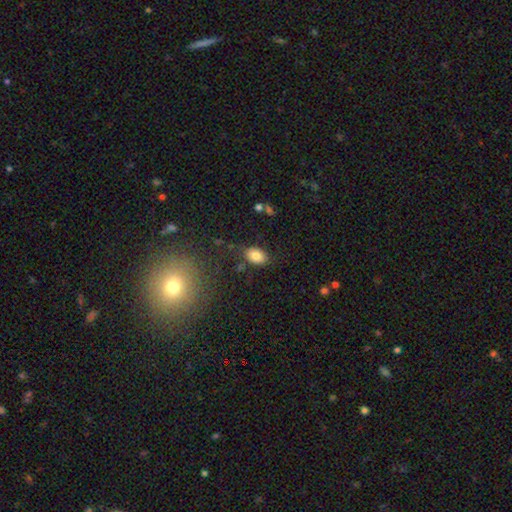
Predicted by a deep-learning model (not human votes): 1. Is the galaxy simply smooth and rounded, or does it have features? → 82% smooth, 10% star or artifact, 8% featured or disk.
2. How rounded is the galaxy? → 85% in between, 14% round, 1% cigar-shaped.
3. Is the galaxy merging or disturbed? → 78% none, 15% minor disturbance, 4% major disturbance, 3% merger.